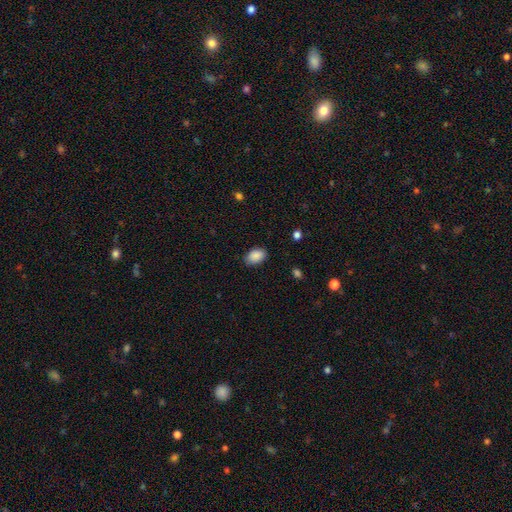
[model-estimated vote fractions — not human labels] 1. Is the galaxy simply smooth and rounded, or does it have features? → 89% smooth, 7% star or artifact, 4% featured or disk.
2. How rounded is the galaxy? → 89% in between, 10% round, 1% cigar-shaped.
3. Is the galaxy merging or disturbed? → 85% none, 12% minor disturbance, 3% major disturbance, 1% merger.